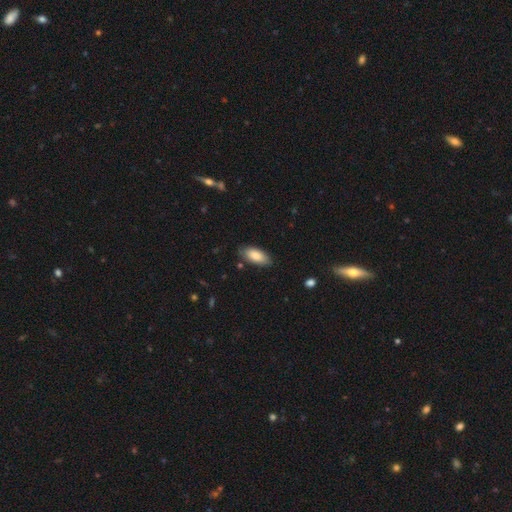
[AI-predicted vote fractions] This appears to be a smooth galaxy with no disk features (81%) that is in between round and cigar-shaped (90%). Merging: none (82%).